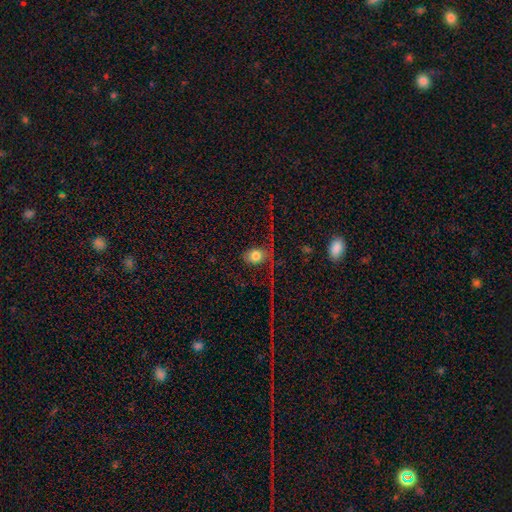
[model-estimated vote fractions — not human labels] smooth_or_featured: smooth (p=0.71) [alt: featured or disk p=0.15]
how_rounded: in between (p=0.50) [alt: round p=0.48]
merging: none (p=0.53) [alt: major disturbance p=0.24]